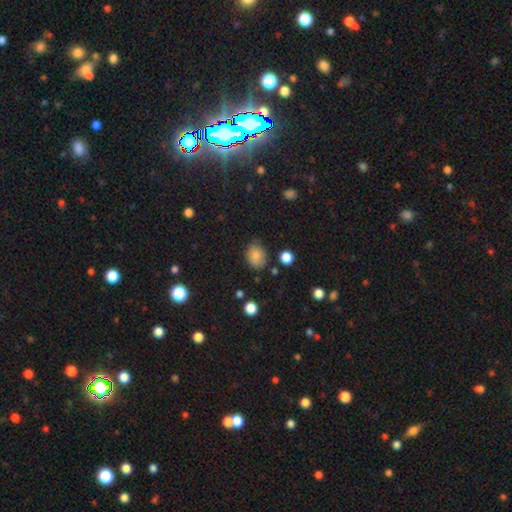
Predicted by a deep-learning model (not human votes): A smooth galaxy with no disk features (83%) that is in between round and cigar-shaped (54%). Merging: none (70%).